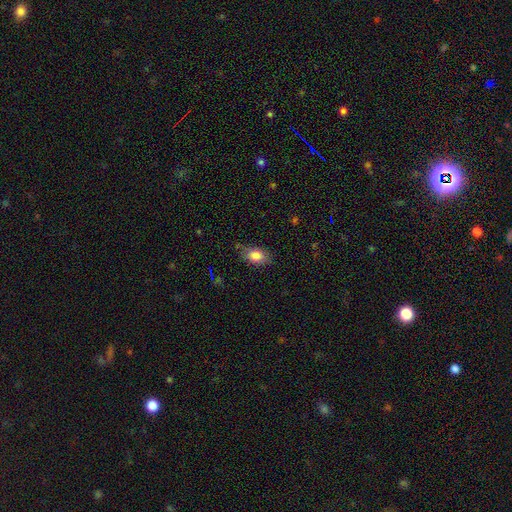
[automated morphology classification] smooth_or_featured: smooth (p=0.83) [alt: featured or disk p=0.09]
how_rounded: in between (p=0.86) [alt: round p=0.12]
merging: none (p=0.75) [alt: minor disturbance p=0.19]